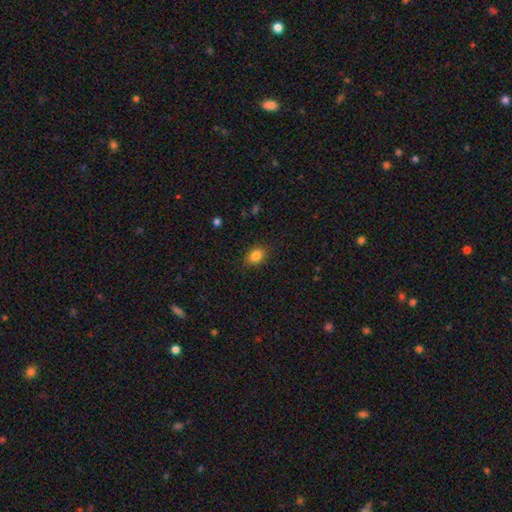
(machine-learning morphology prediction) A smooth galaxy with no disk features (85%) that is in between round and cigar-shaped (62%). Merging: none (86%).